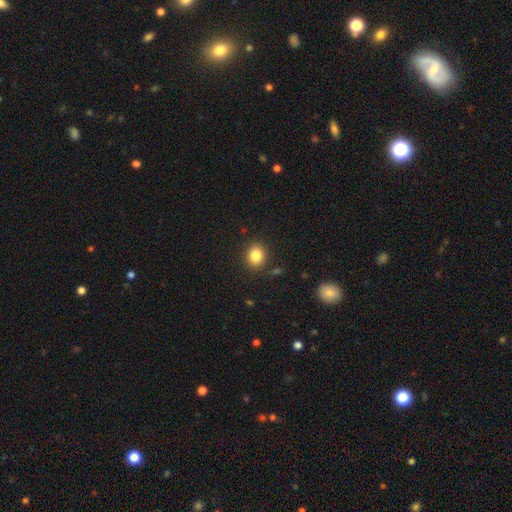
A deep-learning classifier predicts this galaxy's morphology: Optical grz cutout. It shows a smooth galaxy with no disk features (83%) that is round (70%). Merging: none (88%).